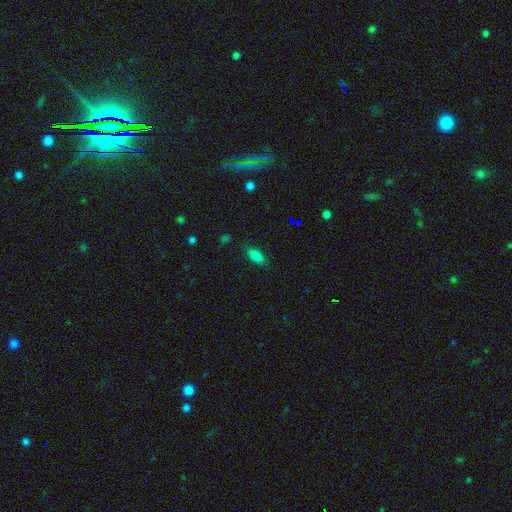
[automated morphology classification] A smooth galaxy with no disk features (77%) that is in between round and cigar-shaped (80%).

Vote fractions:
- Smooth or featured? smooth: 77% / featured or disk: 11% / star or artifact: 11%
- How rounded? in between: 80% / cigar-shaped: 17% / round: 3%
- Merging? none: 81% / minor disturbance: 14% / major disturbance: 3% / merger: 1%